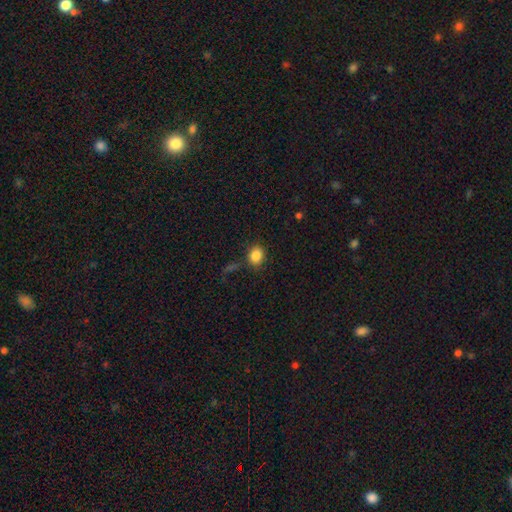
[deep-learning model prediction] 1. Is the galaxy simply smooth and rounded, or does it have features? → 85% smooth, 10% star or artifact, 5% featured or disk.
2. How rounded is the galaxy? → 53% round, 46% in between, 1% cigar-shaped.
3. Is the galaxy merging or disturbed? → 80% none, 12% minor disturbance, 5% merger, 4% major disturbance.